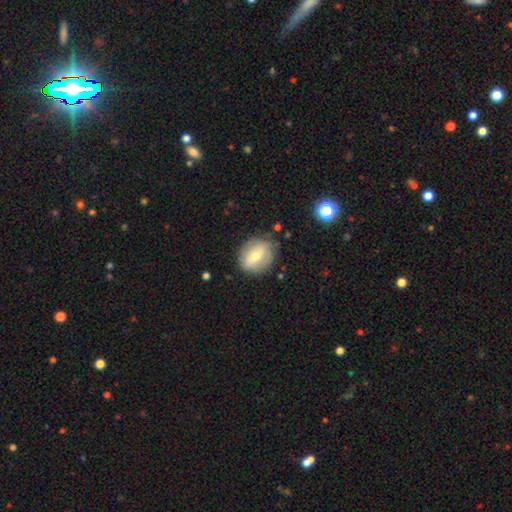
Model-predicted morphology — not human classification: This is possibly a smooth galaxy (51%). How rounded: possibly round (57%). Merging: likely none (74%).